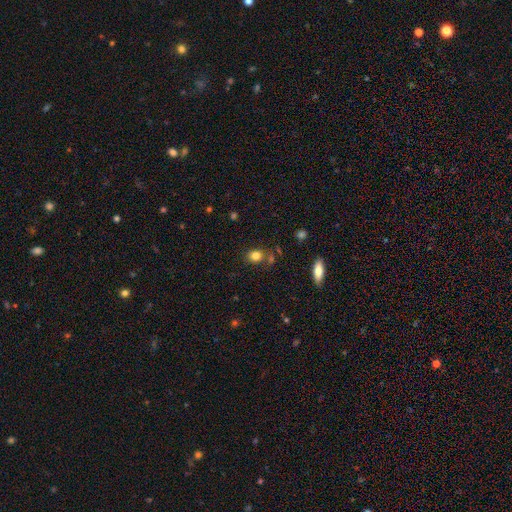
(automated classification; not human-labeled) smooth-or-featured: smooth: 82% | star or artifact: 12% | featured or disk: 6%
  how-rounded: round: 61% | in between: 38% | cigar-shaped: 2%
  merging: none: 74% | minor disturbance: 12% | merger: 10% | major disturbance: 4%